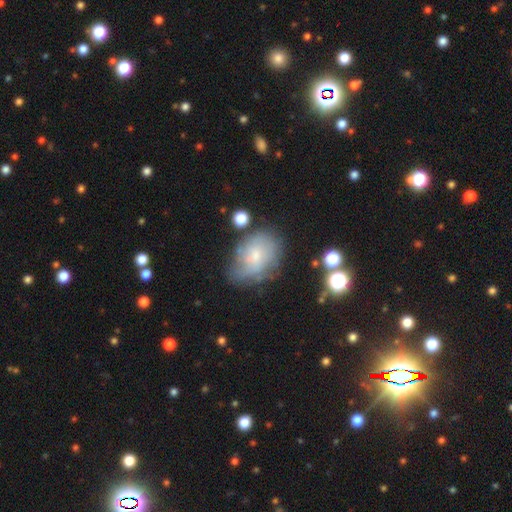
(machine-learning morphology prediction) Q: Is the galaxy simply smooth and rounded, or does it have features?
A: featured or disk — 45%, tied with smooth.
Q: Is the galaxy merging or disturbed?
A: none — 52%.